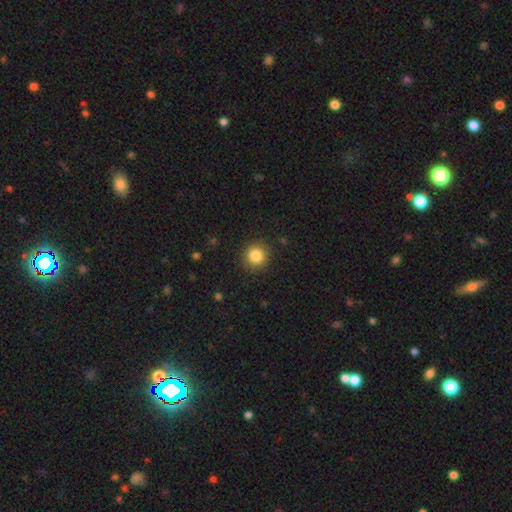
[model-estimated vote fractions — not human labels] smooth-or-featured: smooth: 85% | star or artifact: 10% | featured or disk: 5%
  how-rounded: round: 92% | in between: 7% | cigar-shaped: 1%
  merging: none: 90% | minor disturbance: 7% | major disturbance: 2% | merger: 1%